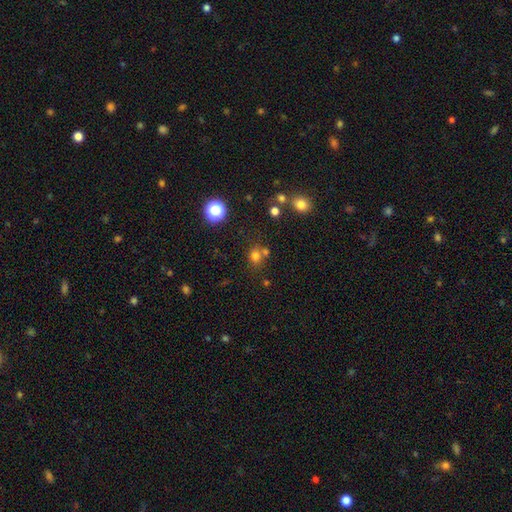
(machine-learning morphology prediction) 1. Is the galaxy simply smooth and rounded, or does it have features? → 72% smooth, 20% star or artifact, 8% featured or disk.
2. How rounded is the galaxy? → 75% round, 24% in between, 1% cigar-shaped.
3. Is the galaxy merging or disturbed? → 59% none, 27% merger, 10% minor disturbance, 4% major disturbance.